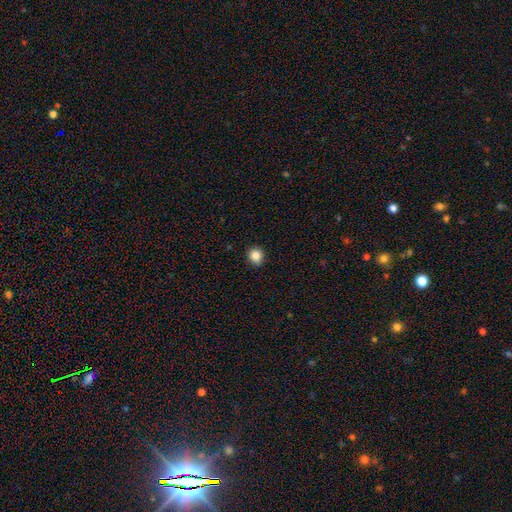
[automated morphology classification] This is clearly a smooth galaxy (86%). How rounded: clearly round (83%). Merging: clearly none (89%).